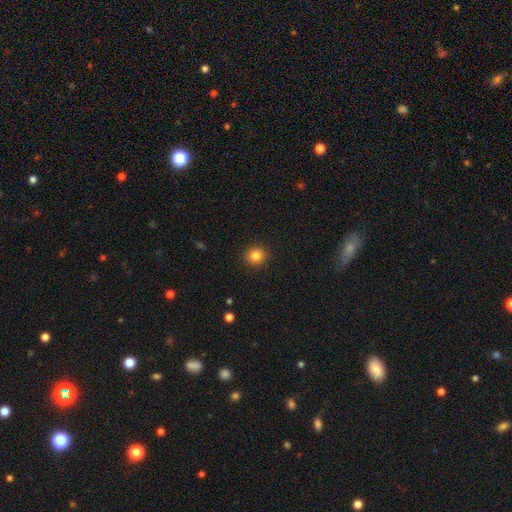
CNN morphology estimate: A smooth galaxy with no disk features (83%) that is round (92%). Merging: none (92%).